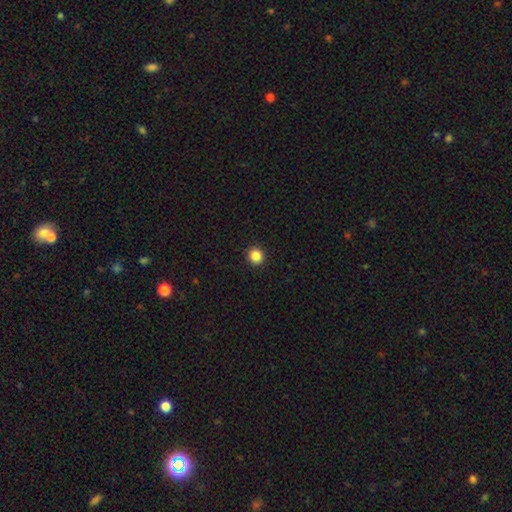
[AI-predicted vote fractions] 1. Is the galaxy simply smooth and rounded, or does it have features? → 87% smooth, 10% star or artifact, 3% featured or disk.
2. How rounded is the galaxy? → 92% round, 8% in between, 1% cigar-shaped.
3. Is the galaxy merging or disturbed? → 93% none, 4% minor disturbance, 1% major disturbance, 1% merger.